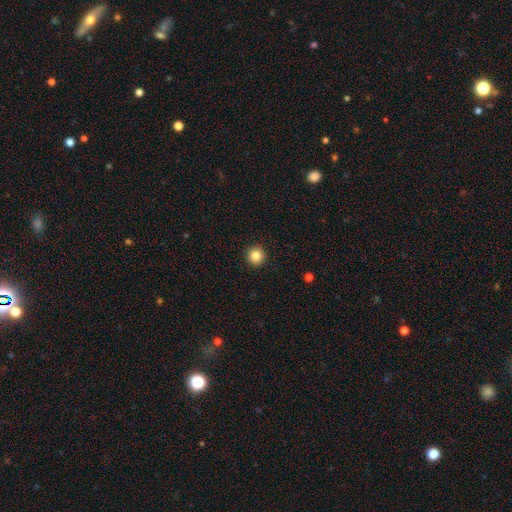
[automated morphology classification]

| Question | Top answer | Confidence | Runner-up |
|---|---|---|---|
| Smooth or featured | smooth | 84% | star or artifact (11%) |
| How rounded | round | 96% | in between (3%) |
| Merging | none | 94% | minor disturbance (4%) |